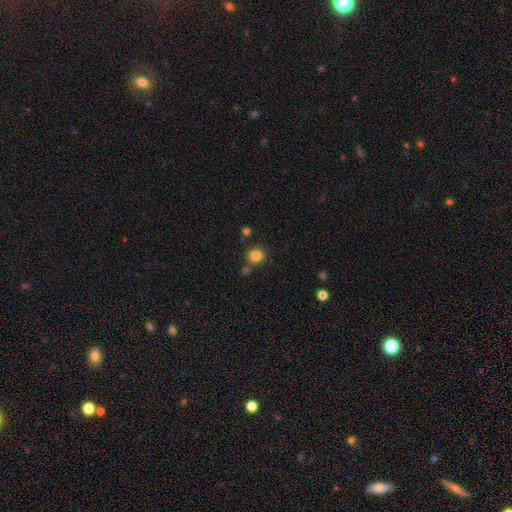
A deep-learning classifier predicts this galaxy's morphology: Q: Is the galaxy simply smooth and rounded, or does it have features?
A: smooth — 84%.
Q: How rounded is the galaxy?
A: round — 85%.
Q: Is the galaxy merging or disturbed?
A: none — 77%.